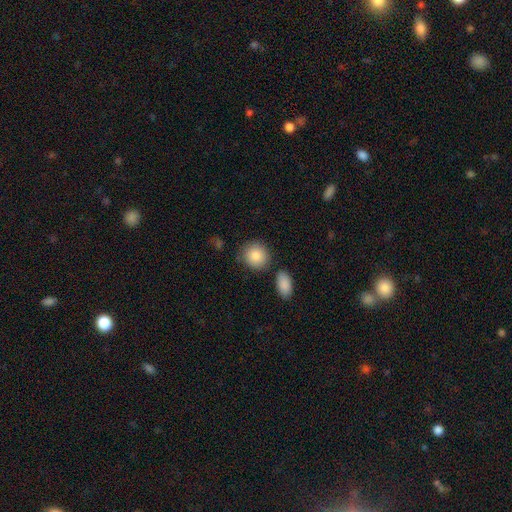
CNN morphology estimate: Smooth or featured? Predicted: smooth (p=0.87). How rounded? Predicted: round (p=0.83). Merging? Predicted: none (p=0.78).